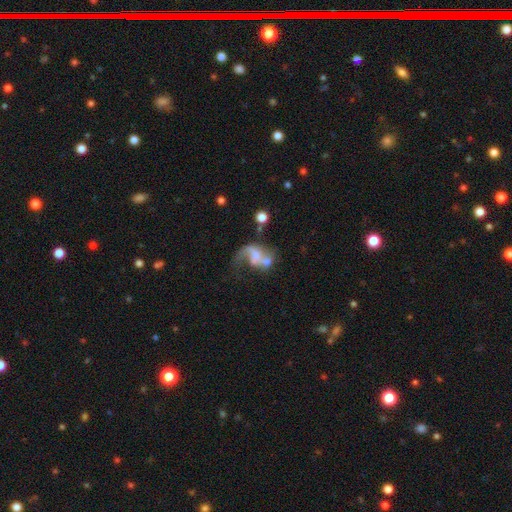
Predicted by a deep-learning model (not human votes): This appears to be a featured or disk galaxy (69%) with no bar (56%), 2 (56%) loose (74%) spiral arms (79%) and a small central bulge (33%). Merging: merger (34%).